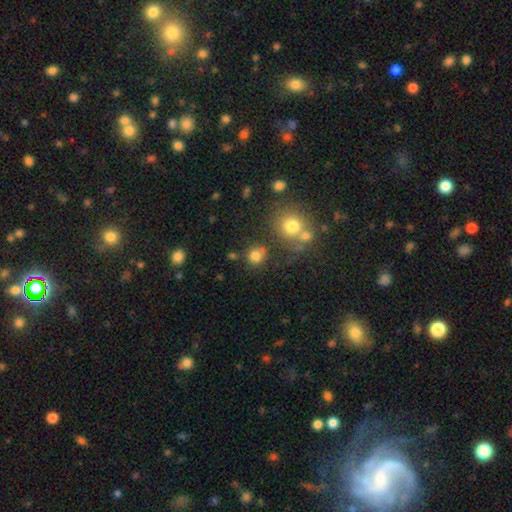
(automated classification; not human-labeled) smooth-or-featured: smooth: 79% | star or artifact: 15% | featured or disk: 7%
  how-rounded: round: 88% | in between: 11% | cigar-shaped: 1%
  merging: none: 72% | merger: 13% | minor disturbance: 11% | major disturbance: 4%